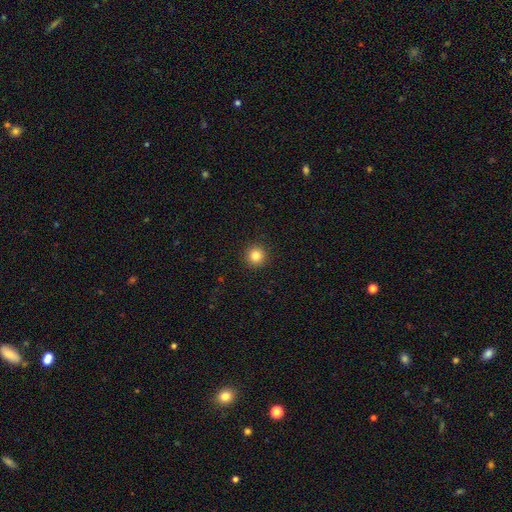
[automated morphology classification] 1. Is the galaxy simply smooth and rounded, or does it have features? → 84% smooth, 11% star or artifact, 5% featured or disk.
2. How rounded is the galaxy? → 95% round, 4% in between, 1% cigar-shaped.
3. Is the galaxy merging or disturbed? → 93% none, 5% minor disturbance, 2% major disturbance, 1% merger.